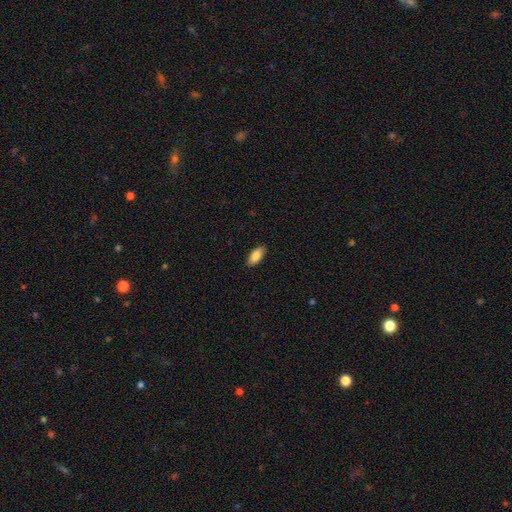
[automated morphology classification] Overall: smooth (85%). How rounded: in between (89%). Merging: none (88%).